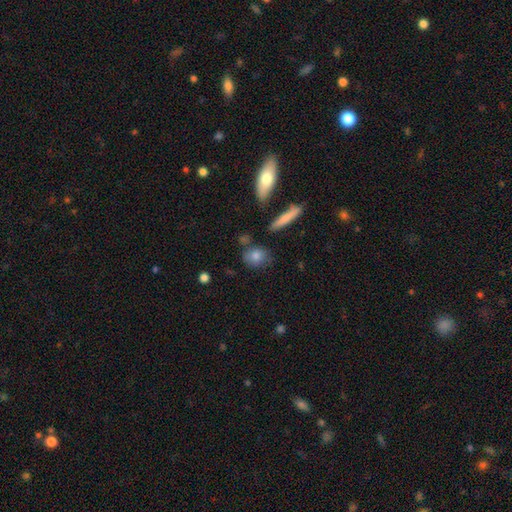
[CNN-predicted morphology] Smooth or featured: smooth — 79% (featured or disk — 13%)
How rounded: round — 50% (in between — 44%)
Merging: none — 70% (minor disturbance — 17%)